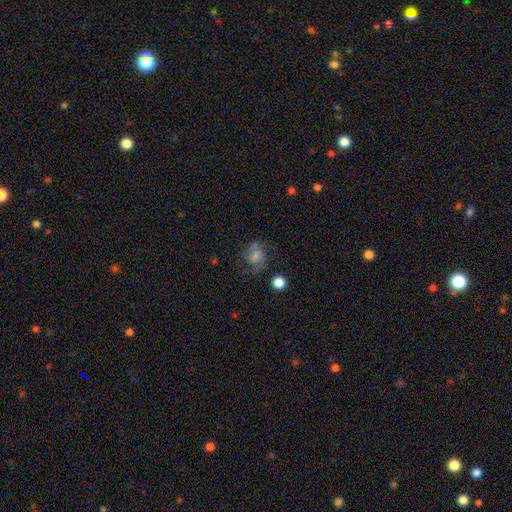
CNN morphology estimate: This appears to be a featured or disk galaxy (43%). Merging: none (60%).